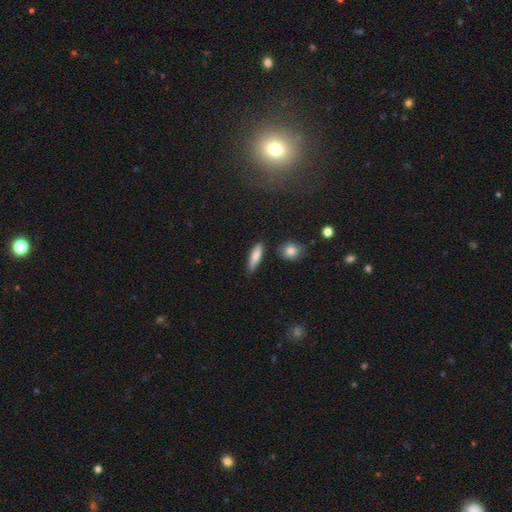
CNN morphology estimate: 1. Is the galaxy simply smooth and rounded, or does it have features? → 79% smooth, 15% featured or disk, 6% star or artifact.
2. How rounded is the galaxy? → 66% cigar-shaped, 32% in between, 3% round.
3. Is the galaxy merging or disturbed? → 81% none, 13% minor disturbance, 4% merger, 3% major disturbance.